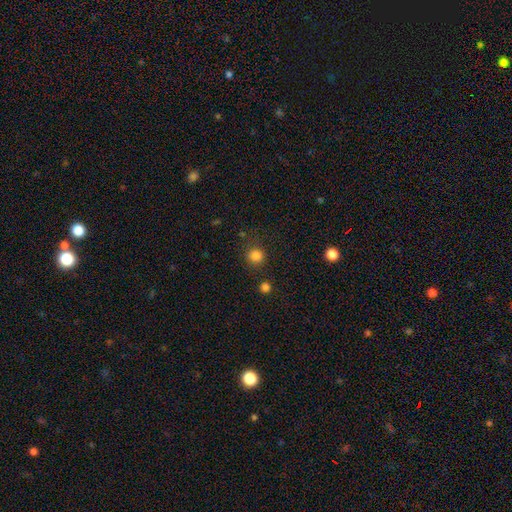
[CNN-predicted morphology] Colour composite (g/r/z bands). It shows a smooth galaxy with no disk features (84%) that is round (92%). Merging: none (84%).